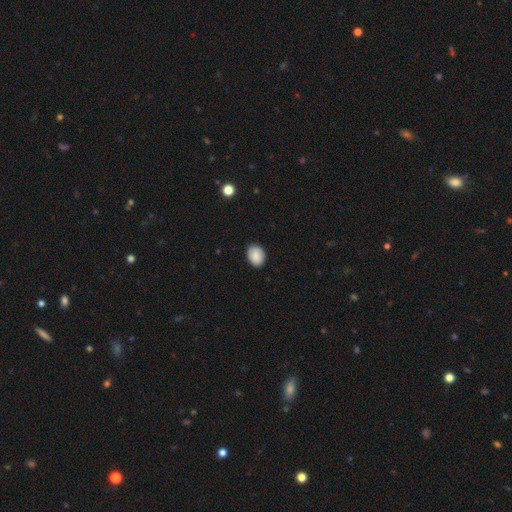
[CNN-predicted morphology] smooth 89%, star or artifact 7%, featured or disk 4%. Down the decision tree: how rounded — in between (64%); merging — none (86%).